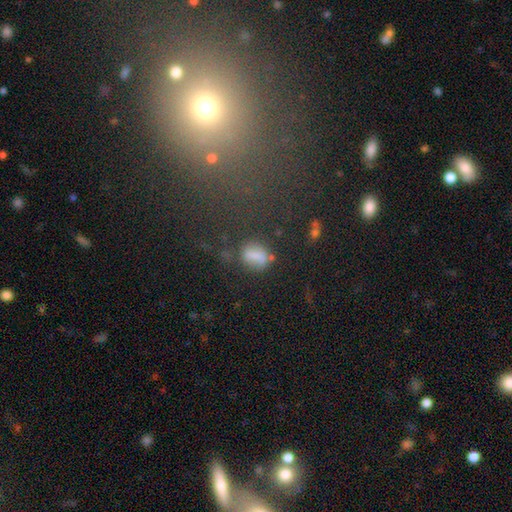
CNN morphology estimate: smooth 65%, featured or disk 19%, star or artifact 15%. Down the decision tree: how rounded — in between (66%); merging — none (56%).